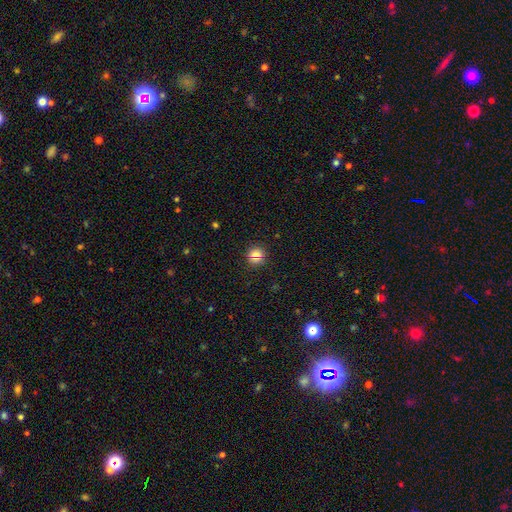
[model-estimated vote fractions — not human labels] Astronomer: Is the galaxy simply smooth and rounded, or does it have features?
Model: smooth — 71%.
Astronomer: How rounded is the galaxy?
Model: round — 92%.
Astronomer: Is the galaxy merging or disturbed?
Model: none — 87%.